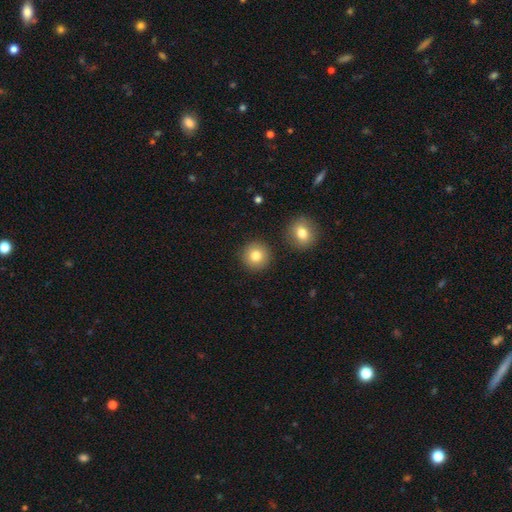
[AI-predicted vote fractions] This is clearly a smooth galaxy (81%). How rounded: clearly round (95%). Merging: clearly none (89%).